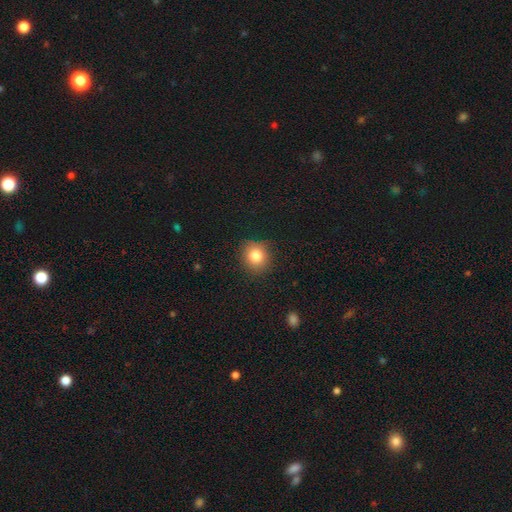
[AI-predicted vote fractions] Morphology: type=smooth (81%); roundness=round (82%); merging=none (86%).